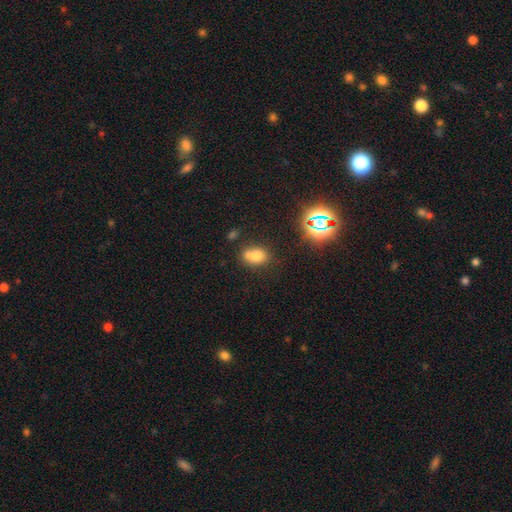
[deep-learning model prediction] The model was most divided on "merging": none: 46%, merger: 32%, minor disturbance: 17%, major disturbance: 6%. More confident: smooth or featured — smooth (70%); how rounded — in between (66%).